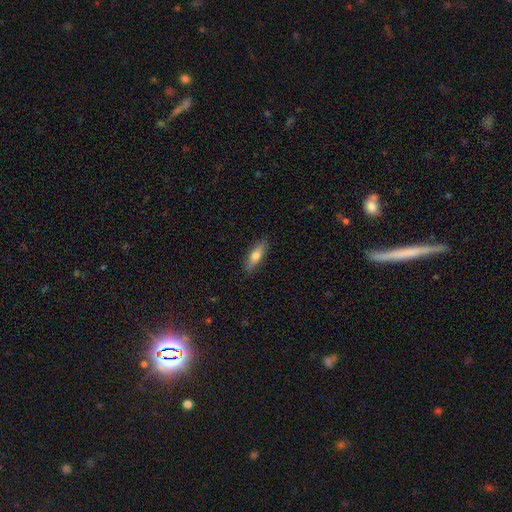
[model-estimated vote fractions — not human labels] A smooth galaxy with no disk features (65%) that is cigar-shaped (52%).

Vote fractions:
- Smooth or featured? smooth: 65% / featured or disk: 29% / star or artifact: 6%
- How rounded? cigar-shaped: 52% / in between: 46% / round: 3%
- Merging? none: 87% / minor disturbance: 10% / major disturbance: 2% / merger: 1%